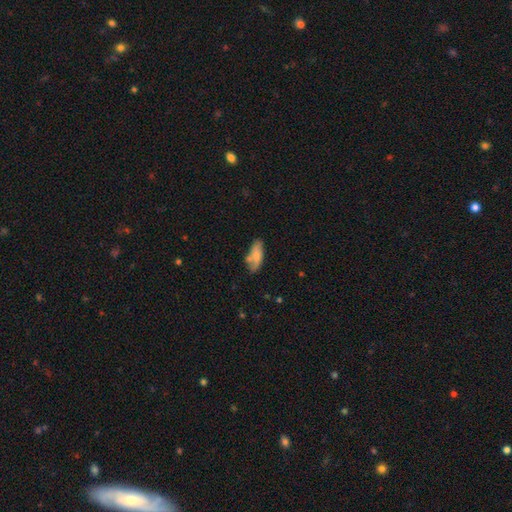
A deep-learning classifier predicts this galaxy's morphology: Smooth or featured? smooth (75%)
How rounded? in between (73%)
Merging? none (61%)